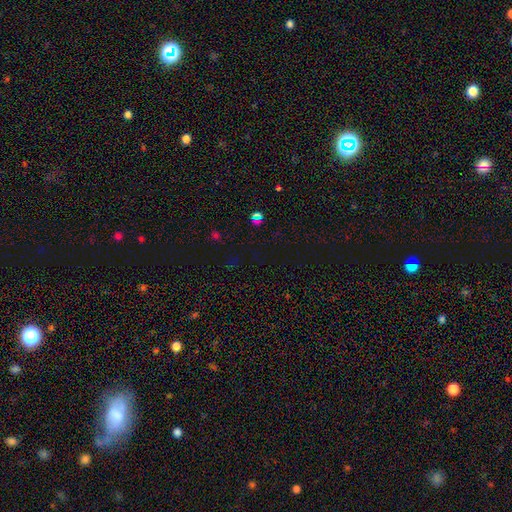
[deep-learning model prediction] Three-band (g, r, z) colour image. It shows a star or artifact, not a galaxy (67%).